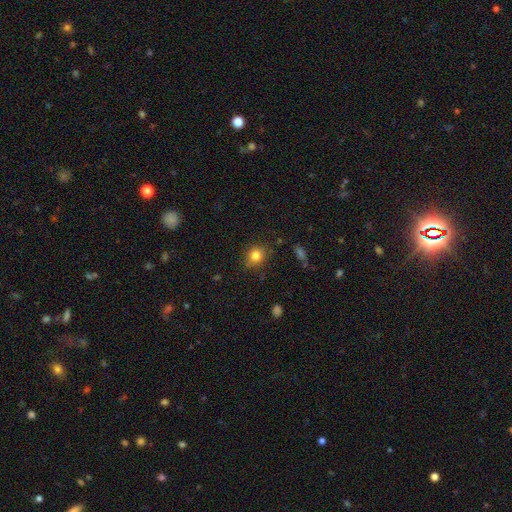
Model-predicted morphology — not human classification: Overall: smooth (82%). How rounded: round (76%). Merging: none (82%).